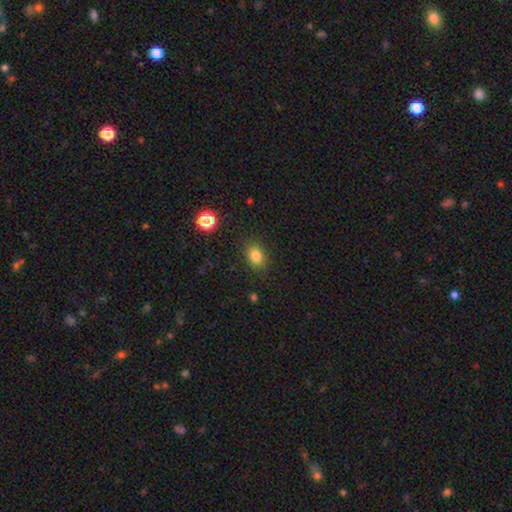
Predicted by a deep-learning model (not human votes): A smooth galaxy with no disk features (82%) that is in between round and cigar-shaped (59%). Merging: none (85%).